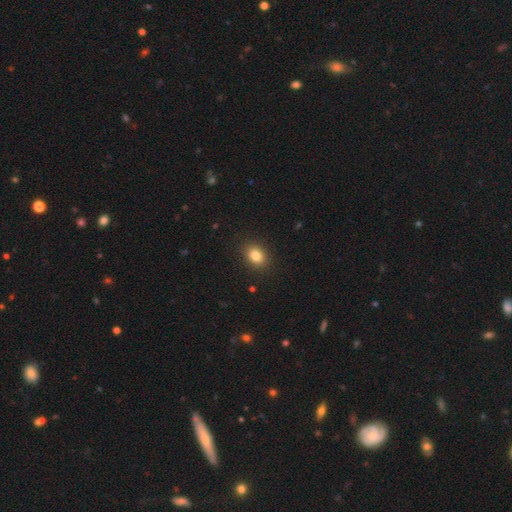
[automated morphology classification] A smooth galaxy with no disk features (83%) that is in between round and cigar-shaped (60%). Merging: none (90%).